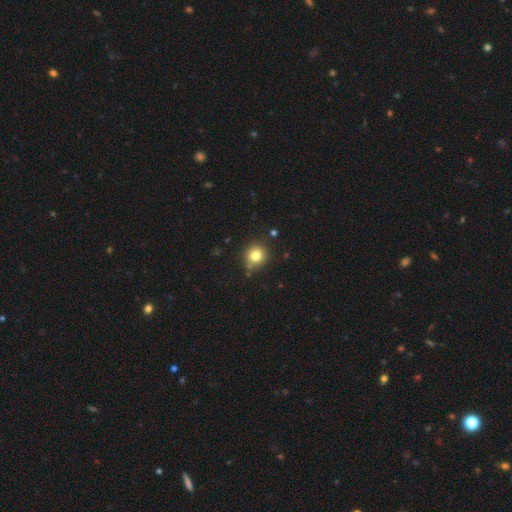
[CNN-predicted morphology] Smooth or featured? Predicted: smooth (p=0.80). How rounded? Predicted: round (p=0.86). Merging? Predicted: none (p=0.80).